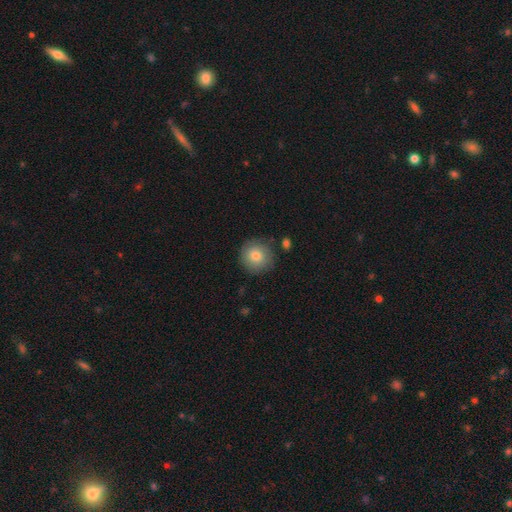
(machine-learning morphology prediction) Smooth or featured? Predicted: smooth (p=0.81). How rounded? Predicted: round (p=0.93). Merging? Predicted: none (p=0.85).